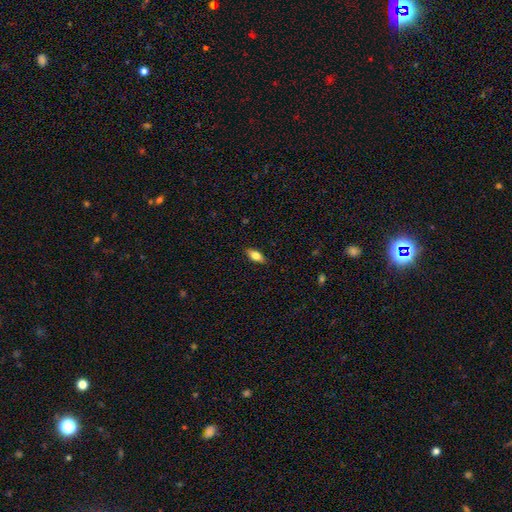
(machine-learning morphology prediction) Q: Smooth or featured?
A: smooth (72%); runner-up: featured or disk (21%)
Q: How rounded?
A: in between (82%); runner-up: cigar-shaped (15%)
Q: Merging?
A: none (88%); runner-up: minor disturbance (9%)